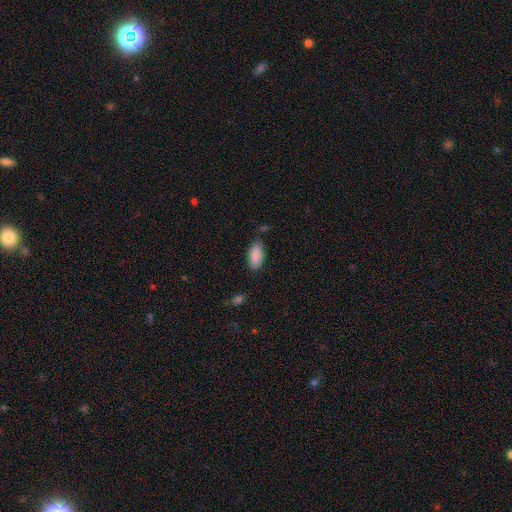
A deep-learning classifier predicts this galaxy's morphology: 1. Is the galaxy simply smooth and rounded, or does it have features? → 89% smooth, 6% star or artifact, 4% featured or disk.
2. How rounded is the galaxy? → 90% in between, 8% cigar-shaped, 2% round.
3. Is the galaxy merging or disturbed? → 77% none, 16% minor disturbance, 3% major disturbance, 3% merger.